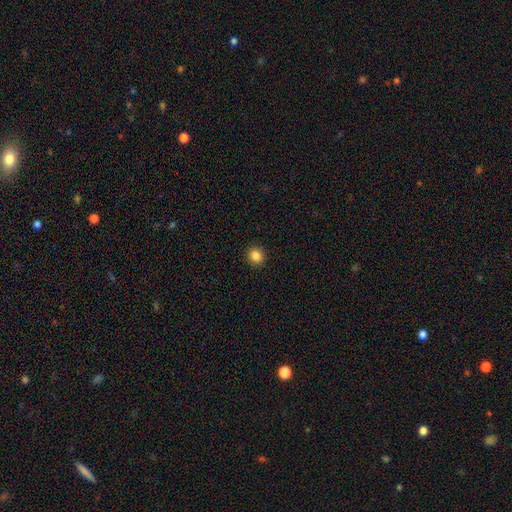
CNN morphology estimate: This appears to be a smooth galaxy with no disk features (85%) that is round (88%). Merging: none (93%).